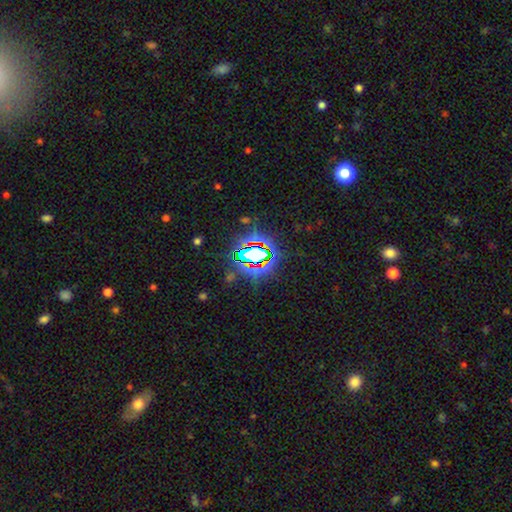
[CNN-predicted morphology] Smooth or featured?
  - star or artifact: 73% *
  - smooth: 16%
  - featured or disk: 11%